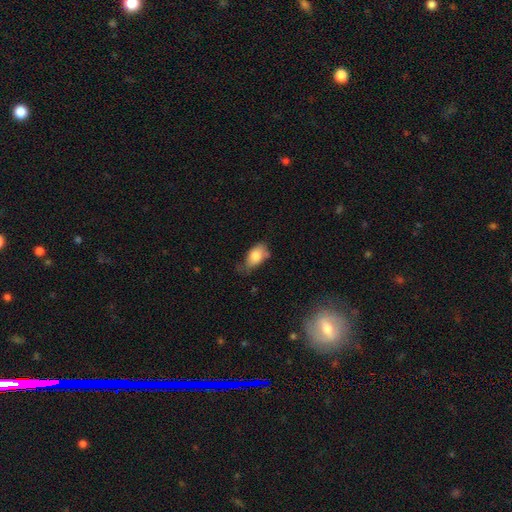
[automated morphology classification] Q: Smooth or featured?
A: smooth (80%); runner-up: featured or disk (13%)
Q: How rounded?
A: in between (90%); runner-up: round (7%)
Q: Merging?
A: none (42%); runner-up: minor disturbance (40%)